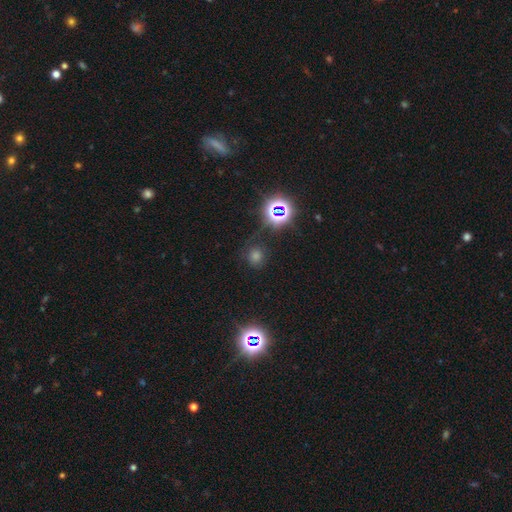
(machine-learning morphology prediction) Smooth or featured? Predicted: smooth (p=0.50). How rounded? Predicted: round (p=0.90). Merging? Predicted: none (p=0.83).